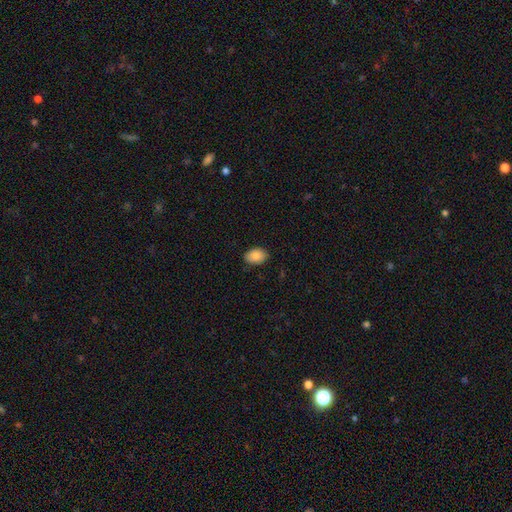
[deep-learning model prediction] Smooth or featured?
  - smooth: 88% *
  - star or artifact: 7%
  - featured or disk: 5%
How rounded?
  - in between: 83% *
  - round: 16%
  - cigar-shaped: 1%
Merging?
  - none: 85% *
  - minor disturbance: 12%
  - major disturbance: 2%
  - merger: 1%